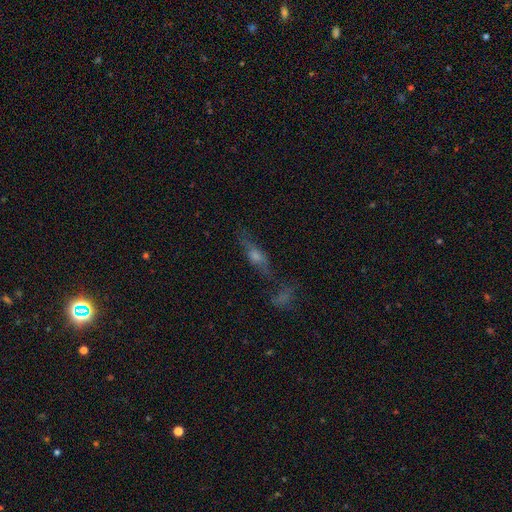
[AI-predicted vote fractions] A featured or disk galaxy (53%) viewed edge-on (76%).

Vote fractions:
- Smooth or featured? featured or disk: 53% / smooth: 31% / star or artifact: 16%
- Edge-on disk? yes: 76% / no: 24%
- Merging? none: 63% / minor disturbance: 17% / major disturbance: 10% / merger: 9%